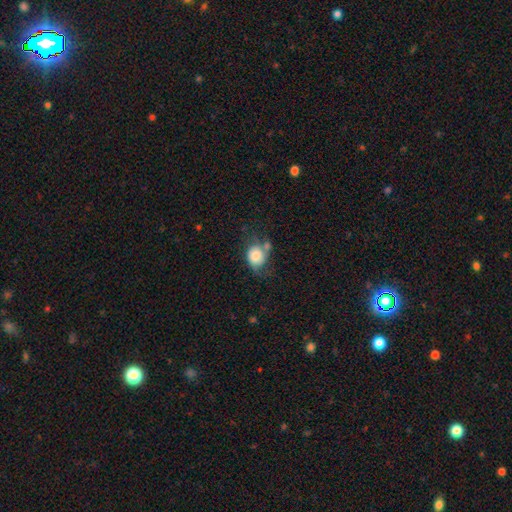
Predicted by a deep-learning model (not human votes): Smooth or featured?
  - smooth: 68% *
  - featured or disk: 24%
  - star or artifact: 9%
How rounded?
  - round: 55% *
  - in between: 44%
  - cigar-shaped: 1%
Merging?
  - none: 36% *
  - minor disturbance: 28%
  - merger: 19%
  - major disturbance: 17%